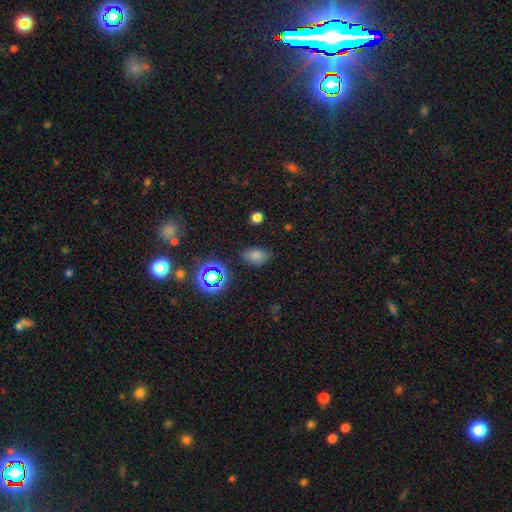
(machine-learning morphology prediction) smooth 73%, star or artifact 20%, featured or disk 7%. Down the decision tree: how rounded — in between (84%); merging — none (77%).